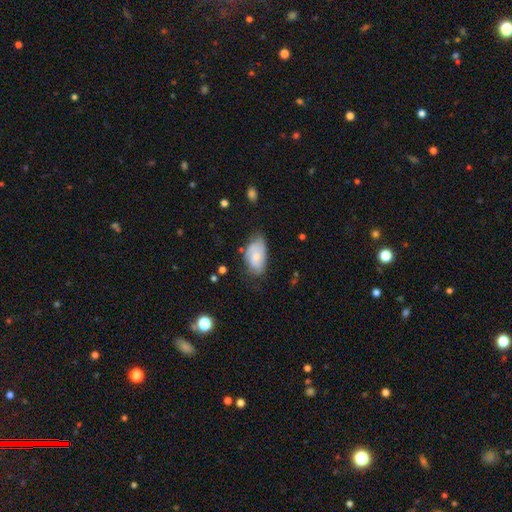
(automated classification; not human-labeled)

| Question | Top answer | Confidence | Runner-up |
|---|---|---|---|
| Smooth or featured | smooth | 67% | featured or disk (26%) |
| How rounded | in between | 93% | round (5%) |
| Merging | none | 51% | minor disturbance (36%) |